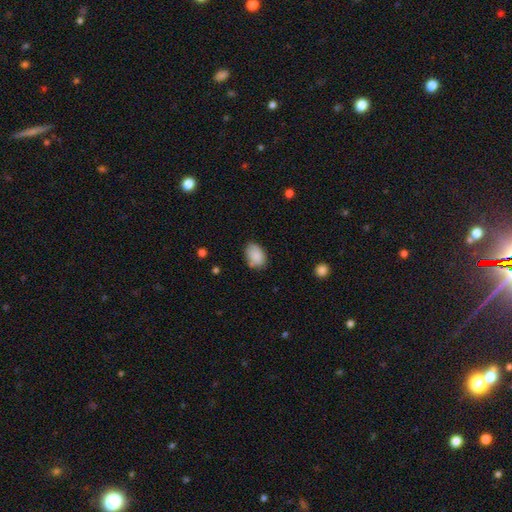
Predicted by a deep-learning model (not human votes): Q: Smooth or featured?
A: smooth (88%); runner-up: star or artifact (7%)
Q: How rounded?
A: in between (87%); runner-up: round (11%)
Q: Merging?
A: none (73%); runner-up: minor disturbance (19%)